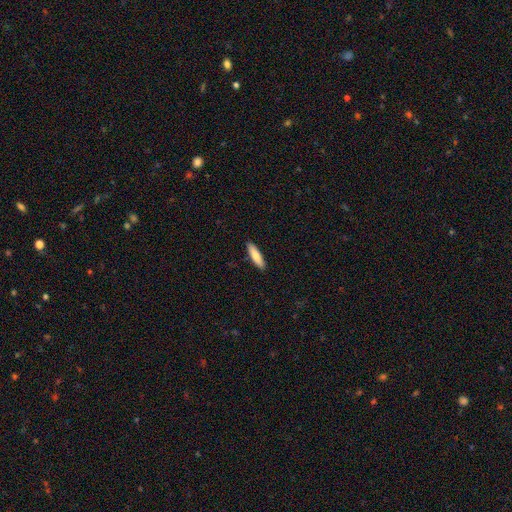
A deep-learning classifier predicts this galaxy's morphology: Smooth or featured? smooth (79%)
How rounded? cigar-shaped (73%)
Merging? none (90%)